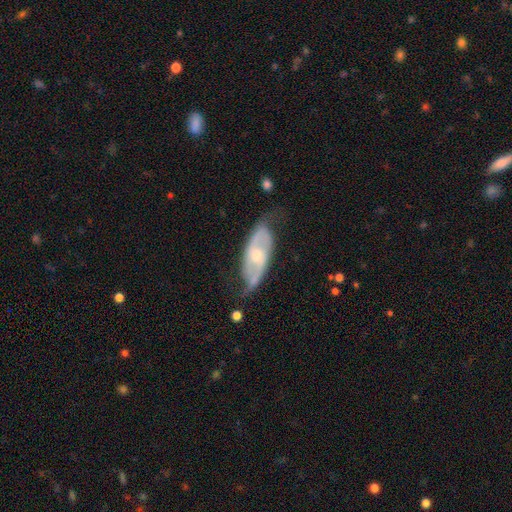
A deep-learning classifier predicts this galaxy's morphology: Smooth or featured: featured or disk — 74% (smooth — 20%)
Edge-on disk: no — 87% (yes — 13%)
Bar: no — 60% (weak — 29%)
Spiral arms: yes — 81% (no — 19%)
Spiral winding: medium — 41% (loose — 30%)
Spiral arm count: 2 — 76% (can't tell — 17%)
Bulge size: small — 51% (moderate — 45%)
Merging: none — 60% (minor disturbance — 27%)